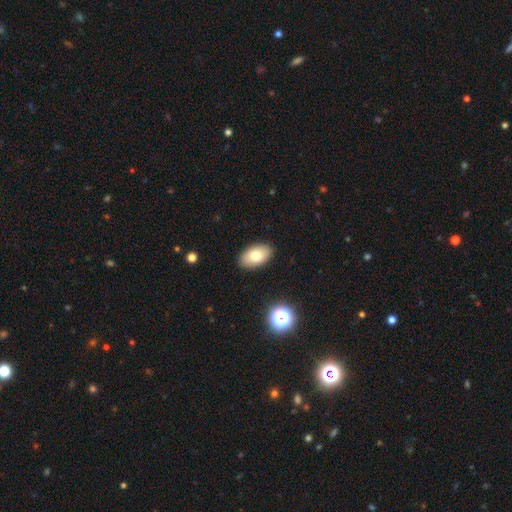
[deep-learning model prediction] Smooth or featured? Predicted: smooth (p=0.80). How rounded? Predicted: in between (p=0.93). Merging? Predicted: none (p=0.88).